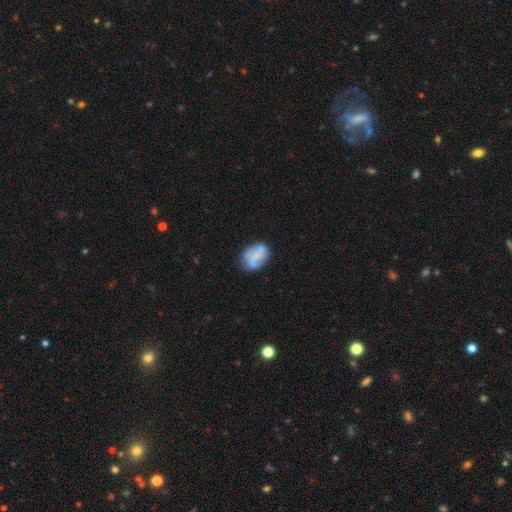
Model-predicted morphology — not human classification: smooth 47%, featured or disk 45%, star or artifact 8%. Down the decision tree: merging — none (56%).